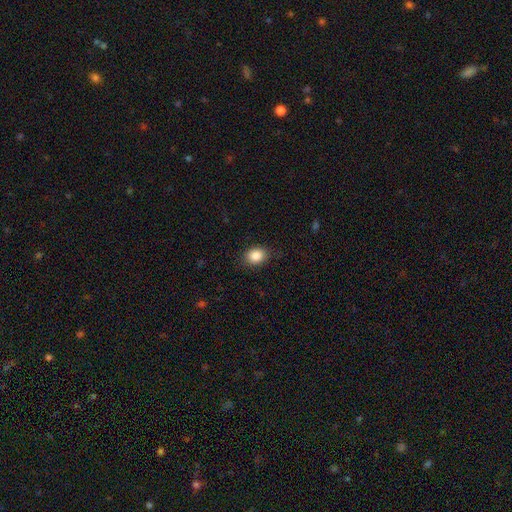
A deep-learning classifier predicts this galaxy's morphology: Smooth or featured? Predicted: smooth (p=0.87). How rounded? Predicted: in between (p=0.62). Merging? Predicted: none (p=0.84).